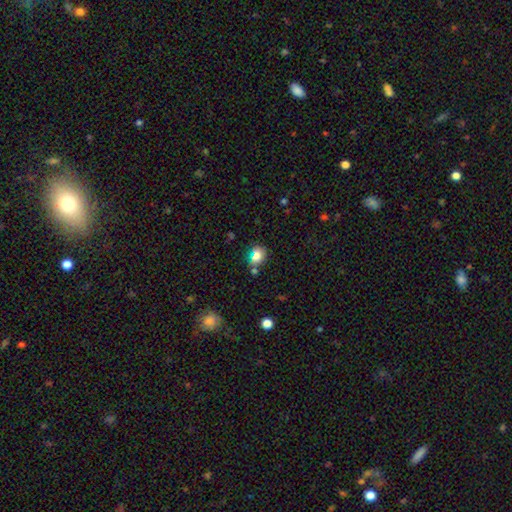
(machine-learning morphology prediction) smooth-or-featured: smooth: 79% | star or artifact: 12% | featured or disk: 9%
  how-rounded: round: 55% | in between: 44% | cigar-shaped: 1%
  merging: none: 64% | minor disturbance: 17% | merger: 14% | major disturbance: 5%